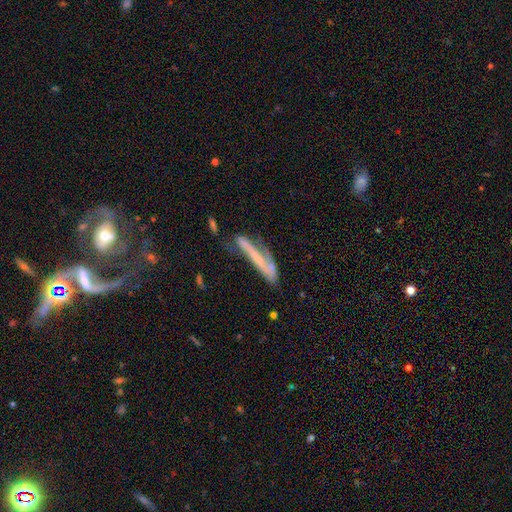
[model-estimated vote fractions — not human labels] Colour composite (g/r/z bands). It shows a featured or disk galaxy (56%) viewed edge-on (59%). Merging: none (47%).